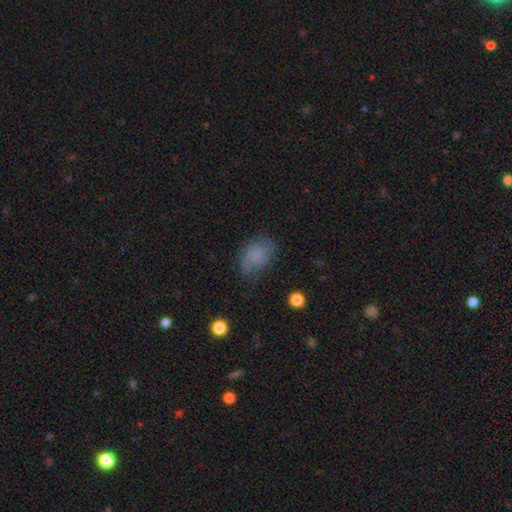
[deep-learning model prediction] This appears to be a smooth galaxy with no disk features (72%) that is in between round and cigar-shaped (81%). Merging: none (62%).